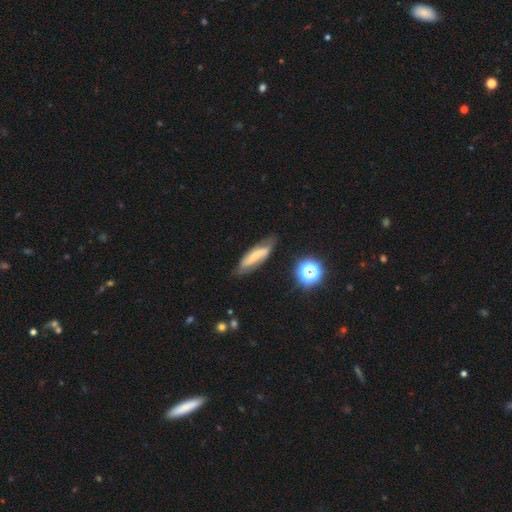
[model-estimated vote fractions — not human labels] Overall: smooth (48%; featured or disk 42%). Merging: none (68%).